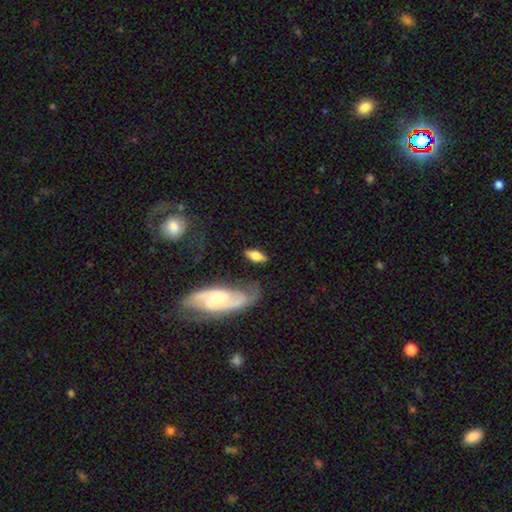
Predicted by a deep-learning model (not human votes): Smooth or featured? Predicted: smooth (p=0.63). How rounded? Predicted: in between (p=0.84). Merging? Predicted: none (p=0.66).